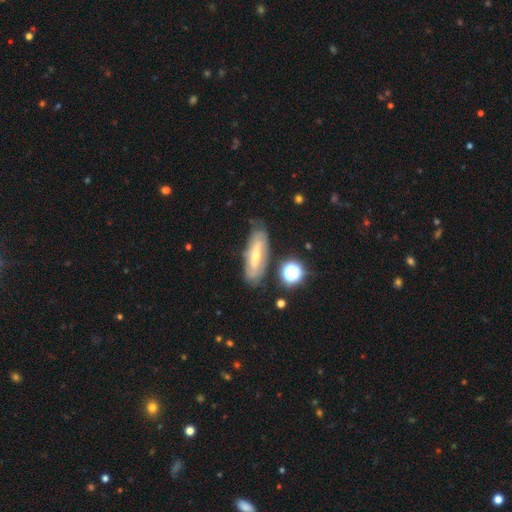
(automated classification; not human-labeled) smooth_or_featured: featured or disk (p=0.61) [alt: smooth p=0.29]
disk_edge_on: no (p=0.70) [alt: yes p=0.30]
merging: none (p=0.74) [alt: minor disturbance p=0.17]